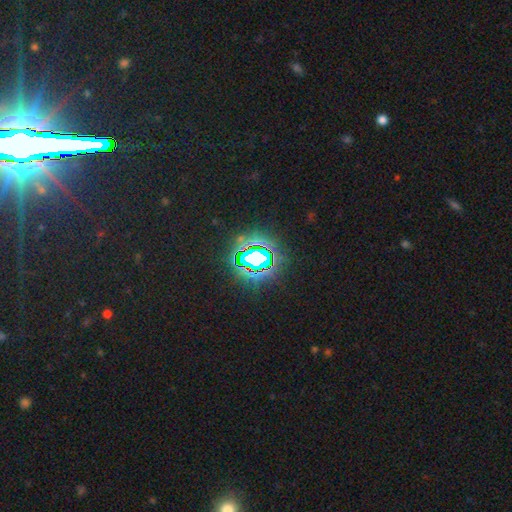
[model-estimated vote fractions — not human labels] Smooth or featured? star or artifact (83%)